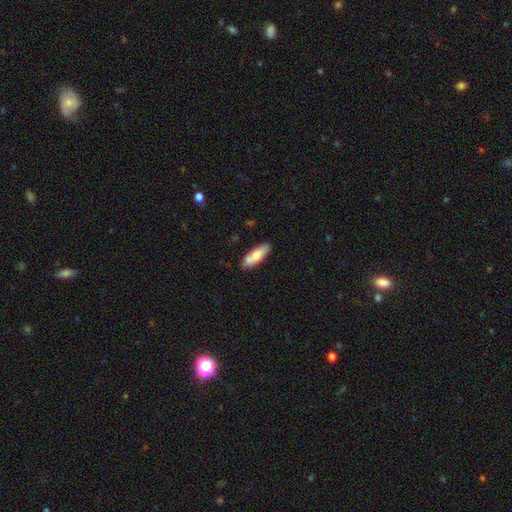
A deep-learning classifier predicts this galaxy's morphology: A smooth galaxy with no disk features (68%) that is in between round and cigar-shaped (59%).

Vote fractions:
- Smooth or featured? smooth: 68% / featured or disk: 26% / star or artifact: 6%
- How rounded? in between: 59% / cigar-shaped: 39% / round: 2%
- Merging? none: 74% / minor disturbance: 14% / merger: 9% / major disturbance: 3%